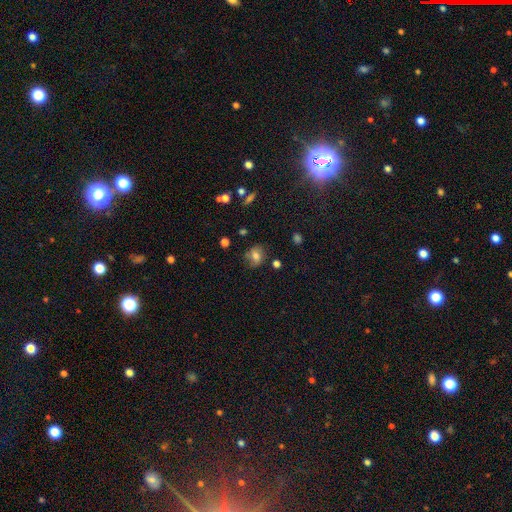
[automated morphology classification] The model was most divided on "how rounded": round: 56%, in between: 43%, cigar-shaped: 1%. More confident: merging — none (69%); smooth or featured — smooth (69%).